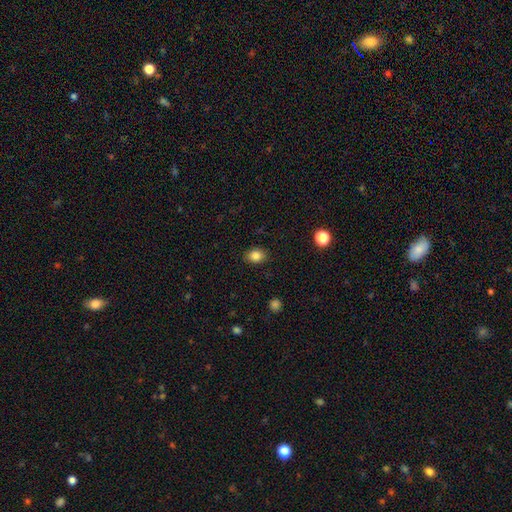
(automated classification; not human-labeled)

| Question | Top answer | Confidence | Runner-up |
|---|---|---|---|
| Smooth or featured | smooth | 84% | star or artifact (10%) |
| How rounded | in between | 58% | round (41%) |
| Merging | none | 88% | minor disturbance (9%) |